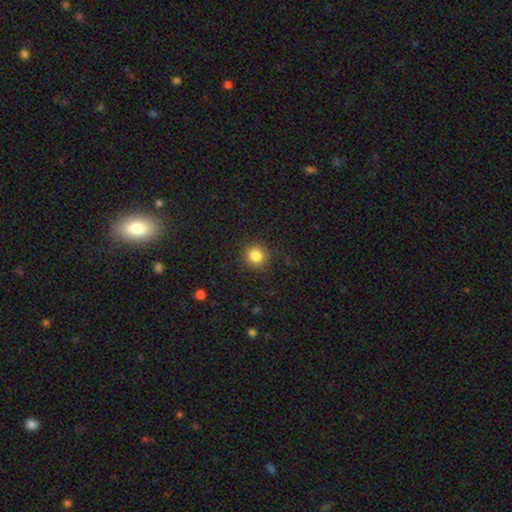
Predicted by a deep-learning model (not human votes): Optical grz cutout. It shows a smooth galaxy with no disk features (84%) that is round (92%). Merging: none (89%).